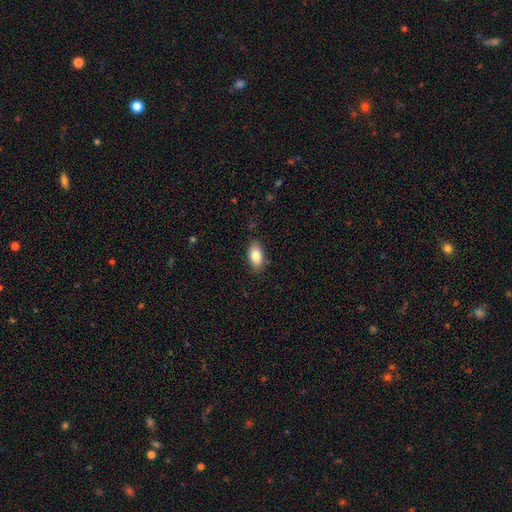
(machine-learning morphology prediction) Overall: smooth (86%). How rounded: in between (93%). Merging: none (84%).